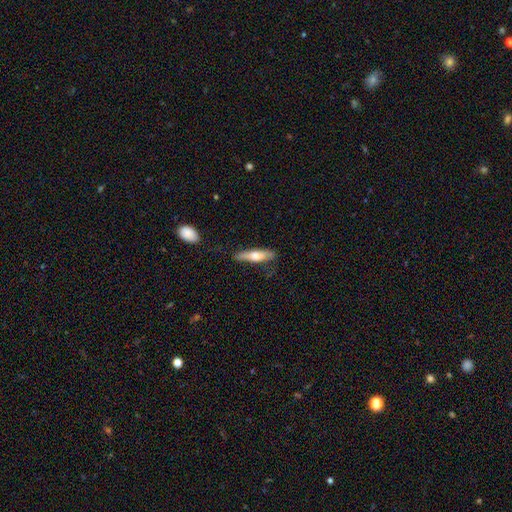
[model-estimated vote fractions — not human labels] A smooth galaxy with no disk features (54%) that is cigar-shaped (78%).

Vote fractions:
- Smooth or featured? smooth: 54% / featured or disk: 40% / star or artifact: 6%
- How rounded? cigar-shaped: 78% / in between: 20% / round: 2%
- Merging? none: 74% / minor disturbance: 19% / major disturbance: 5% / merger: 2%